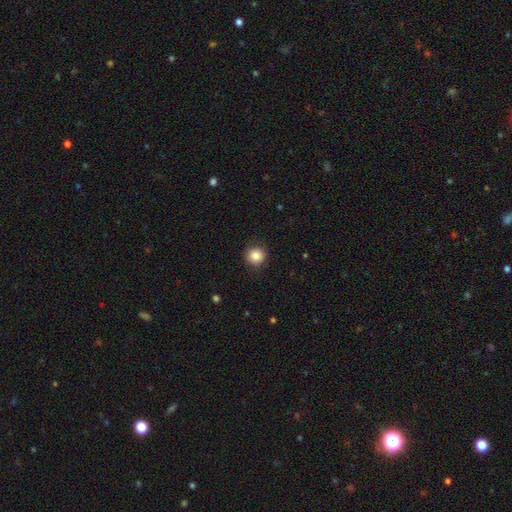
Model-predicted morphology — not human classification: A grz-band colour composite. It shows a smooth galaxy with no disk features (84%) that is round (93%). Merging: none (90%).